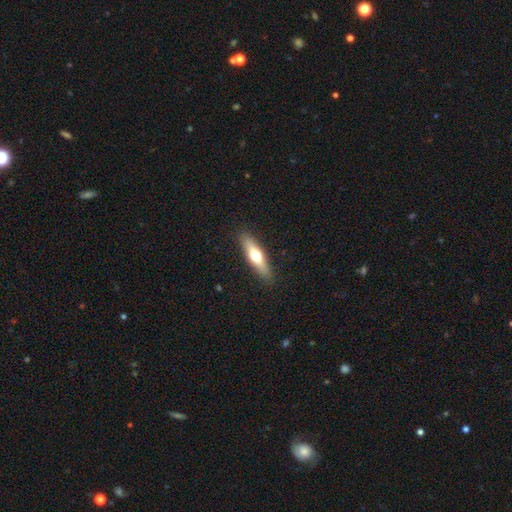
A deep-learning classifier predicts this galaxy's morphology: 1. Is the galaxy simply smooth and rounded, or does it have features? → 55% smooth, 39% featured or disk, 6% star or artifact.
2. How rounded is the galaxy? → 70% cigar-shaped, 28% in between, 2% round.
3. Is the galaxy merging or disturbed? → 88% none, 9% minor disturbance, 2% major disturbance, 1% merger.